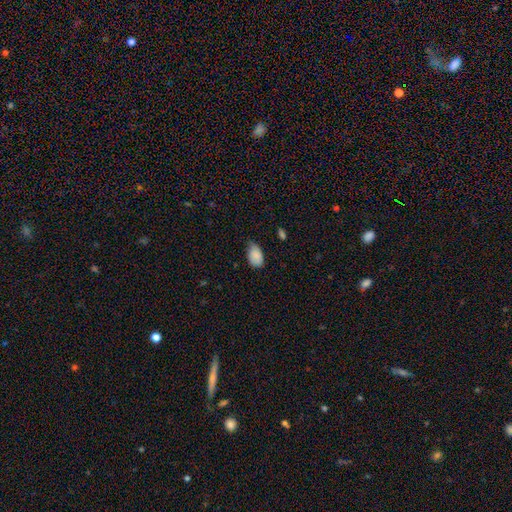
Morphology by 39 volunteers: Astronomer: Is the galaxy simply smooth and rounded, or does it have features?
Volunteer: smooth — 87%.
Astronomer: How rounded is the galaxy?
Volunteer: in between — 97%.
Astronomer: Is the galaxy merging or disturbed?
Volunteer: minor disturbance — 51% (runner-up: none, 41%).